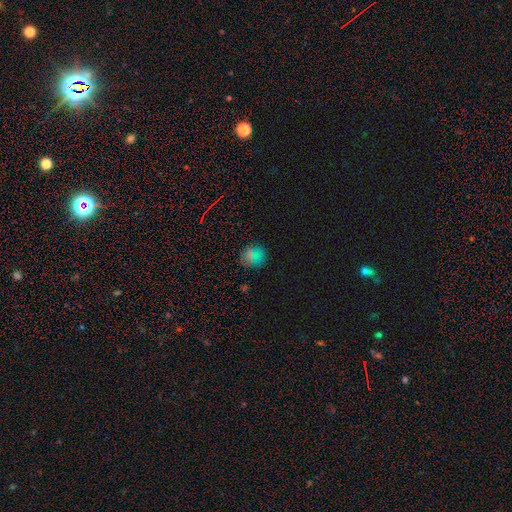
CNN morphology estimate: This appears to be a smooth galaxy with no disk features (66%) that is round (80%). Merging: none (86%).